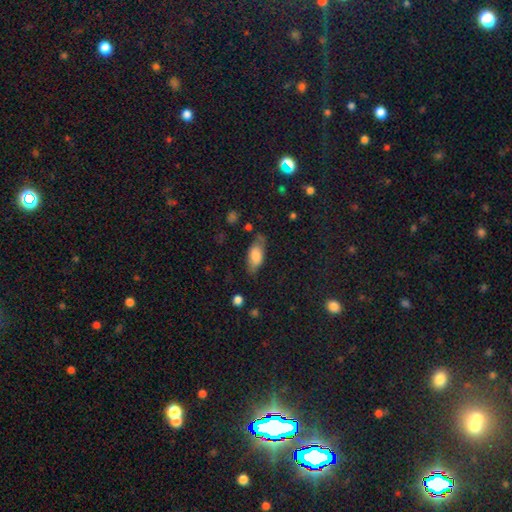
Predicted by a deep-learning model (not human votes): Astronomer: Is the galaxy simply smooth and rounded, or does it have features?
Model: smooth — 75%.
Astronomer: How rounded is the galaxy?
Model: in between — 81%.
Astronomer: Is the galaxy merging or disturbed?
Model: none — 70%.